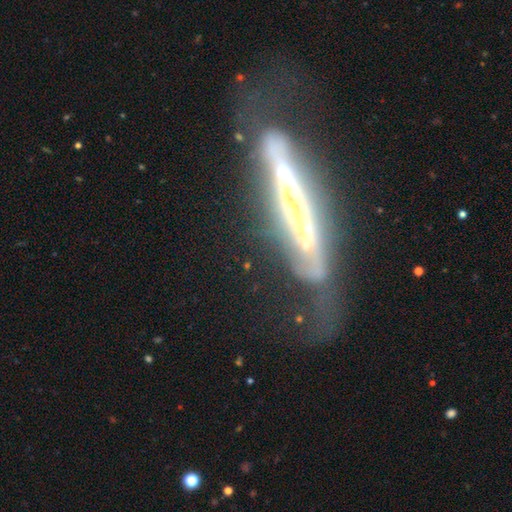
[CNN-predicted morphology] type=featured or disk (77%); edge-on=yes (60%); merging=none (48%).